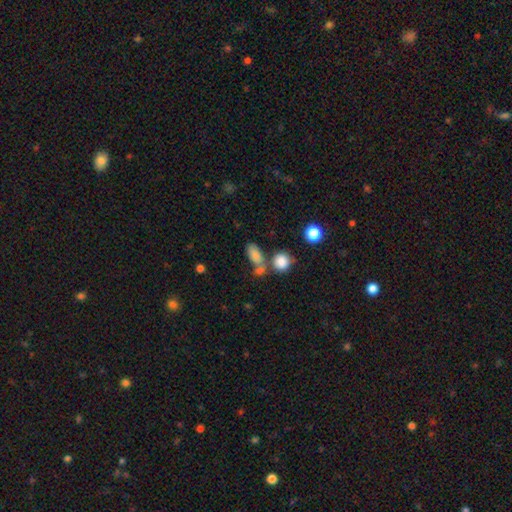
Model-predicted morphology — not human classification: smooth_or_featured: smooth (p=0.80) [alt: star or artifact p=0.10]
how_rounded: in between (p=0.82) [alt: round p=0.12]
merging: none (p=0.50) [alt: merger p=0.31]